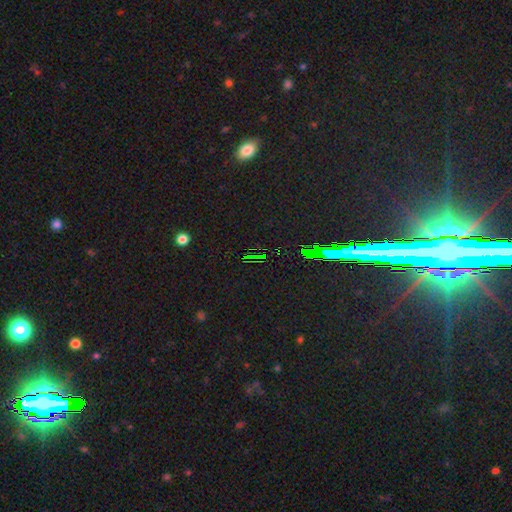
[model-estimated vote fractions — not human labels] smooth-or-featured: star or artifact: 79% | smooth: 12% | featured or disk: 9%